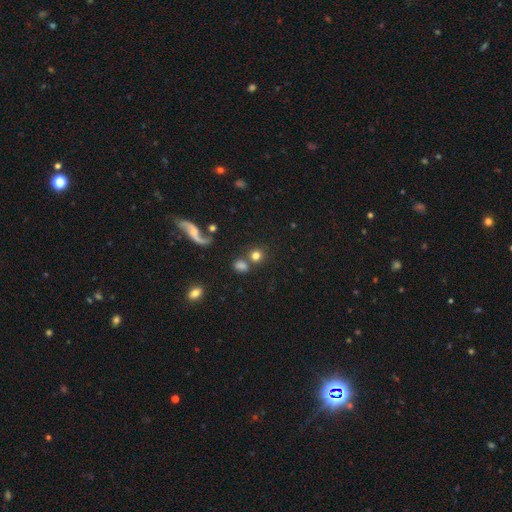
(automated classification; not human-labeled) This appears to be a smooth galaxy with no disk features (73%) that is round (88%). Merging: none (67%).